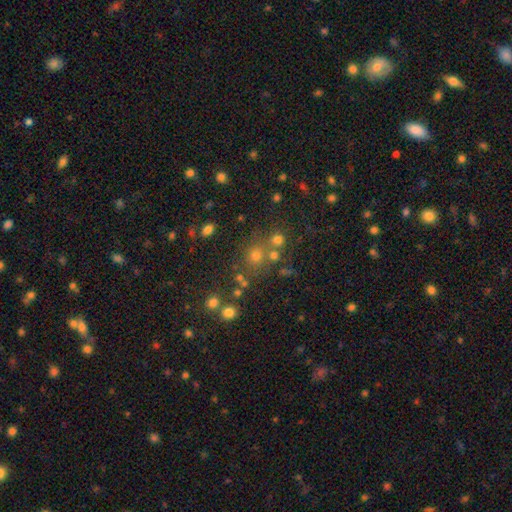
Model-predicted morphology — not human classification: This is likely a smooth galaxy (62%). How rounded: clearly round (85%). Merging: likely none (65%).